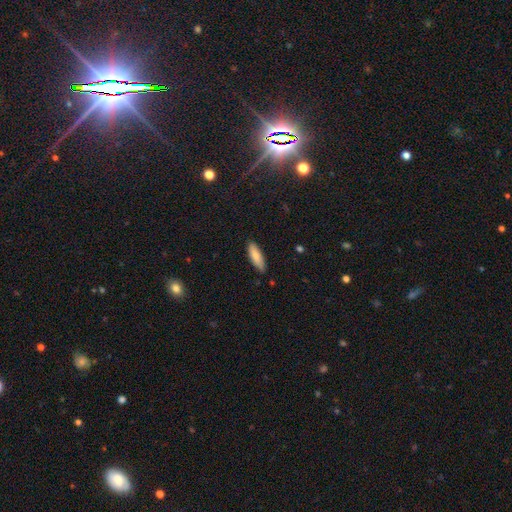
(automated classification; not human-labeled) Smooth or featured? smooth (83%)
How rounded? cigar-shaped (57%)
Merging? none (85%)